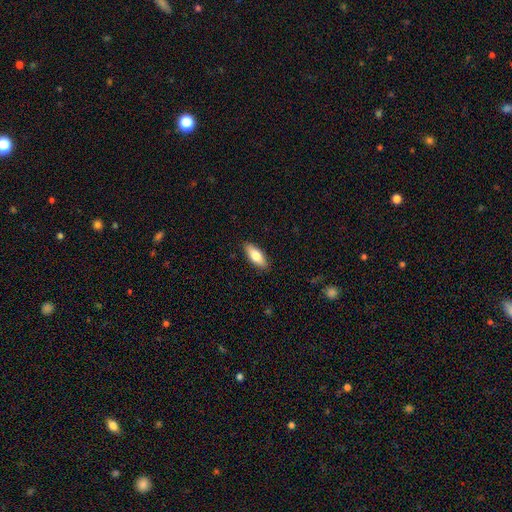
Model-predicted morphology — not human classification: smooth-or-featured: smooth: 77% | featured or disk: 17% | star or artifact: 6%
  how-rounded: in between: 74% | cigar-shaped: 24% | round: 2%
  merging: none: 88% | minor disturbance: 9% | major disturbance: 2% | merger: 1%